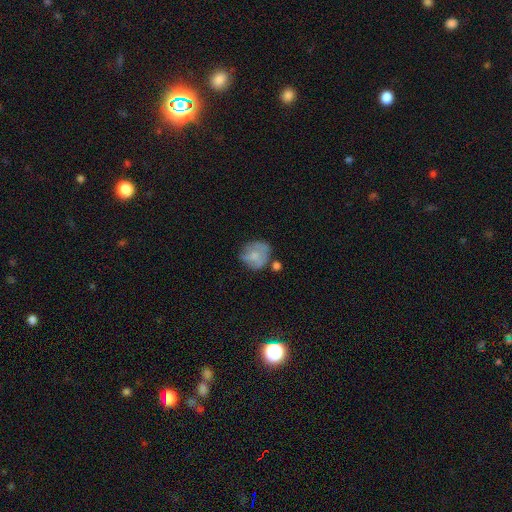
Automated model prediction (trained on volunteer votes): smooth-or-featured: smooth: 58% | featured or disk: 33% | star or artifact: 9%
  how-rounded: round: 75% | in between: 24% | cigar-shaped: 1%
  merging: none: 49% | minor disturbance: 27% | major disturbance: 15% | merger: 9%